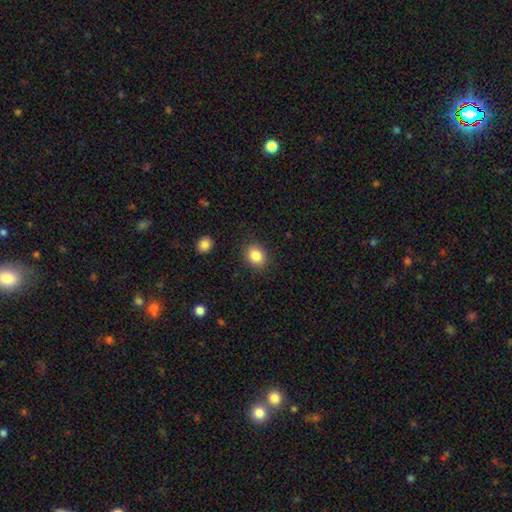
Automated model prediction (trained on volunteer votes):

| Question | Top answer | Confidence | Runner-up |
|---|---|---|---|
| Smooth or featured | smooth | 85% | star or artifact (9%) |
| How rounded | round | 57% | in between (43%) |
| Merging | none | 88% | minor disturbance (8%) |